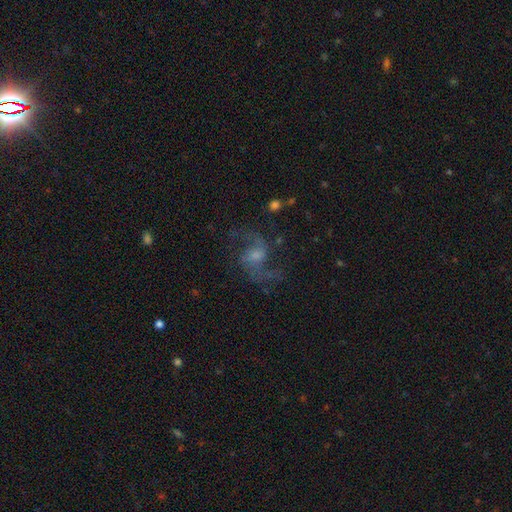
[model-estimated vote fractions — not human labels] Smooth or featured: featured or disk — 79% (smooth — 11%)
Edge-on disk: no — 97% (yes — 3%)
Bar: weak — 50% (no — 38%)
Spiral arms: yes — 93% (no — 7%)
Spiral winding: loose — 62% (medium — 33%)
Spiral arm count: 2 — 90% (can't tell — 3%)
Bulge size: moderate — 38% (small — 34%)
Merging: none — 67% (major disturbance — 15%)